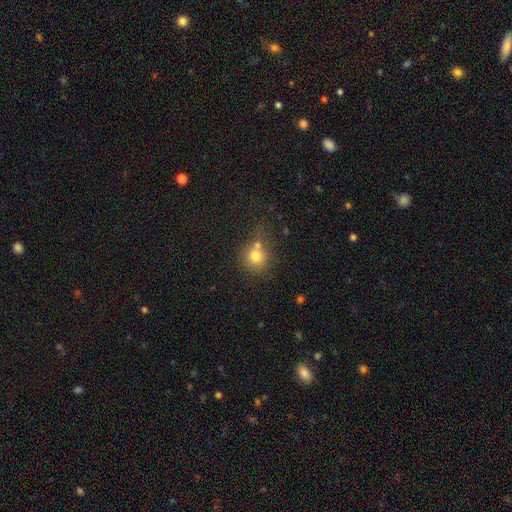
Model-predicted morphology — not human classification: Smooth or featured: smooth — 76% (star or artifact — 12%)
How rounded: round — 87% (in between — 12%)
Merging: none — 51% (merger — 32%)